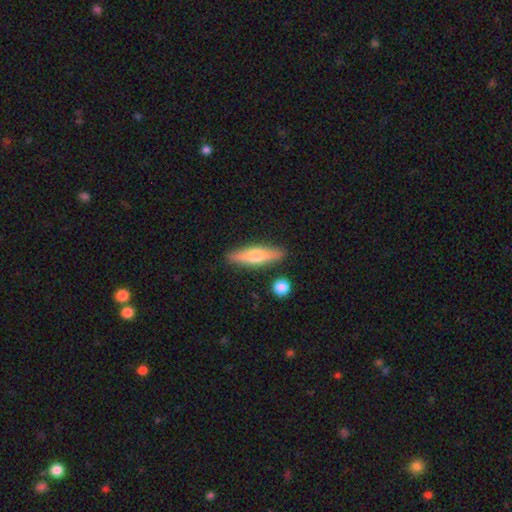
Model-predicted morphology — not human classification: Smooth or featured? smooth (51%)
How rounded? cigar-shaped (72%)
Merging? none (86%)